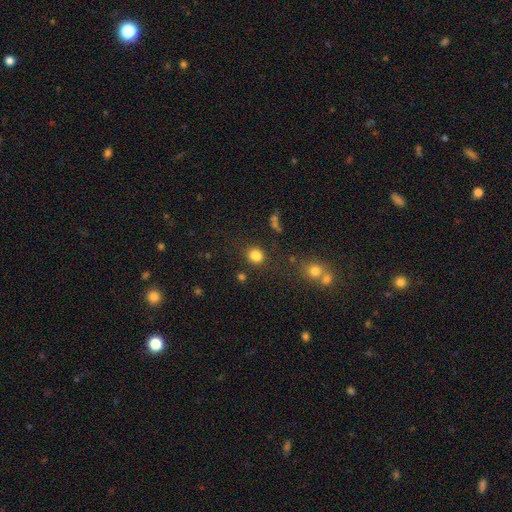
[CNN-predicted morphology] This is clearly a smooth galaxy (83%). How rounded: likely round (75%). Merging: clearly none (82%).